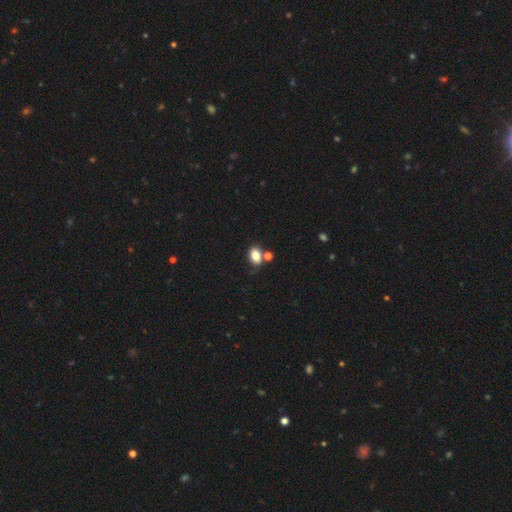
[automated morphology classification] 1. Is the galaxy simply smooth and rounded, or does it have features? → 83% smooth, 10% star or artifact, 7% featured or disk.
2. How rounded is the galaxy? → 81% in between, 17% round, 1% cigar-shaped.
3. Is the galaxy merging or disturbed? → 63% none, 21% merger, 13% minor disturbance, 4% major disturbance.